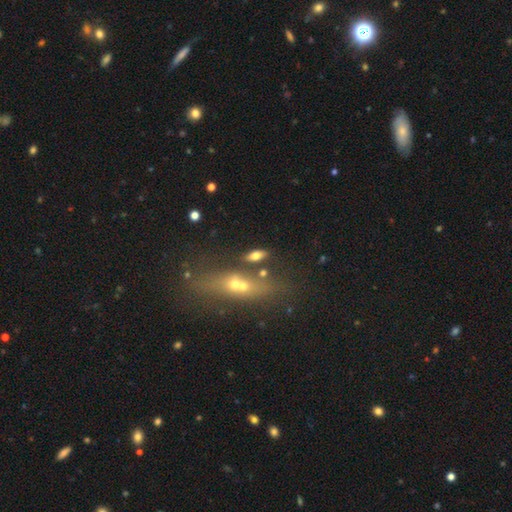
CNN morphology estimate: Smooth or featured? Predicted: smooth (p=0.60). How rounded? Predicted: in between (p=0.69). Merging? Predicted: none (p=0.60).